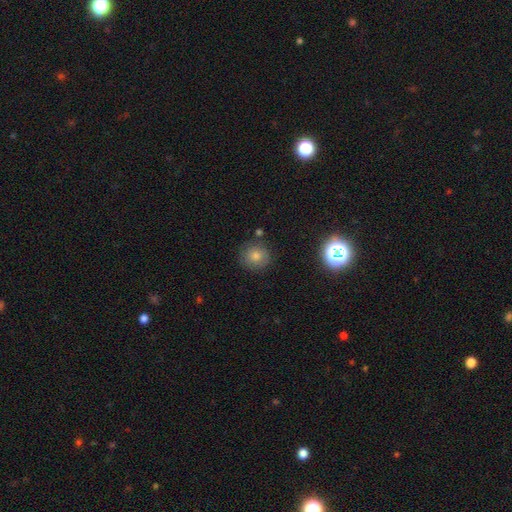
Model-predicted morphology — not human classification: Smooth or featured? smooth (70%)
How rounded? round (91%)
Merging? none (86%)